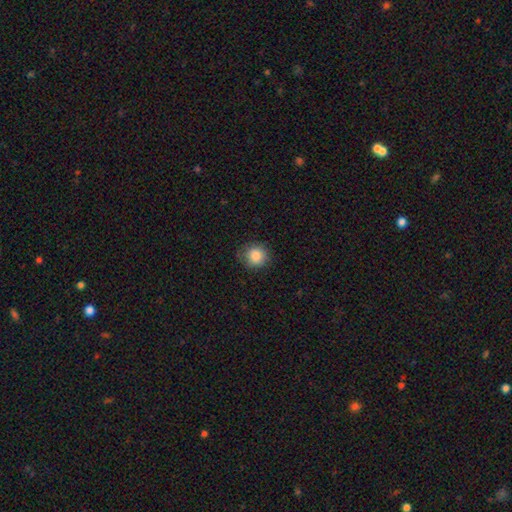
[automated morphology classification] The model was most divided on "merging": none: 82%, minor disturbance: 14%, major disturbance: 3%, merger: 1%. More confident: how rounded — round (90%); smooth or featured — smooth (86%).